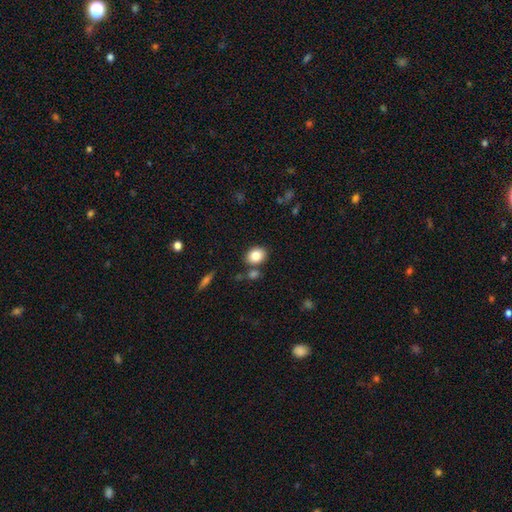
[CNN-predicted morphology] A smooth galaxy with no disk features (83%) that is in between round and cigar-shaped (53%). Merging: none (76%).